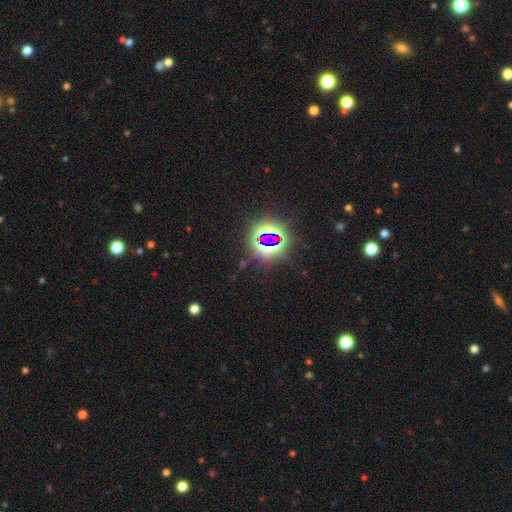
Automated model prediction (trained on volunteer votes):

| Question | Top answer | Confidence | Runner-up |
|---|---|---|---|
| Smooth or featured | star or artifact | 81% | smooth (11%) |